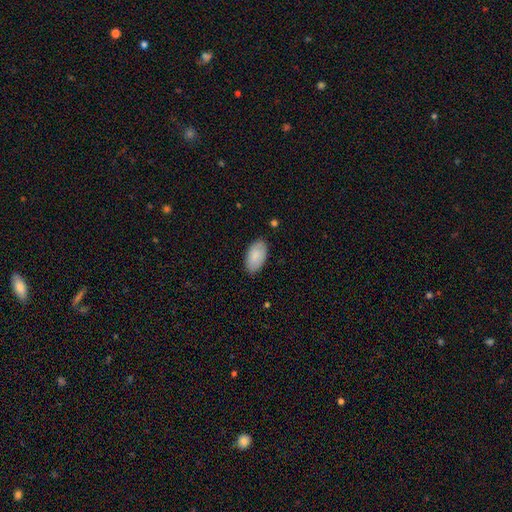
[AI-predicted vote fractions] This is clearly a smooth galaxy (86%). How rounded: clearly in between (96%). Merging: clearly none (84%).